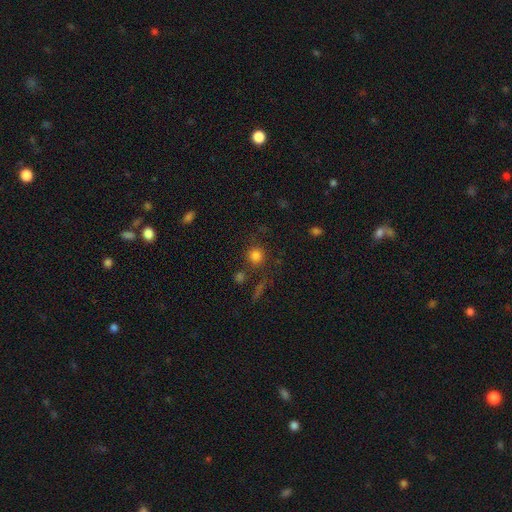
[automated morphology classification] Smooth or featured: smooth — 80% (star or artifact — 14%)
How rounded: round — 91% (in between — 8%)
Merging: none — 76% (minor disturbance — 10%)